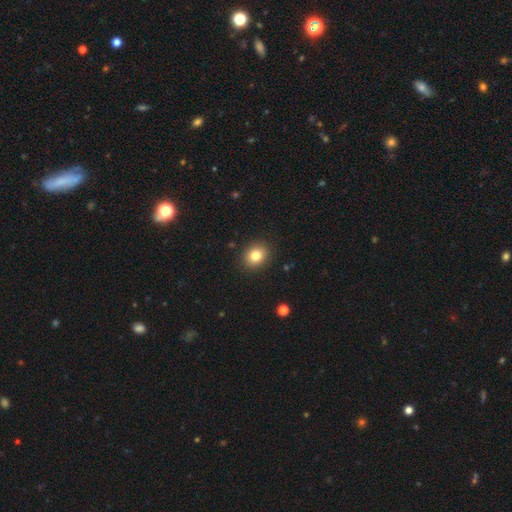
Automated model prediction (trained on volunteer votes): Q: Smooth or featured?
A: smooth (82%); runner-up: star or artifact (10%)
Q: How rounded?
A: round (61%); runner-up: in between (38%)
Q: Merging?
A: none (90%); runner-up: minor disturbance (7%)